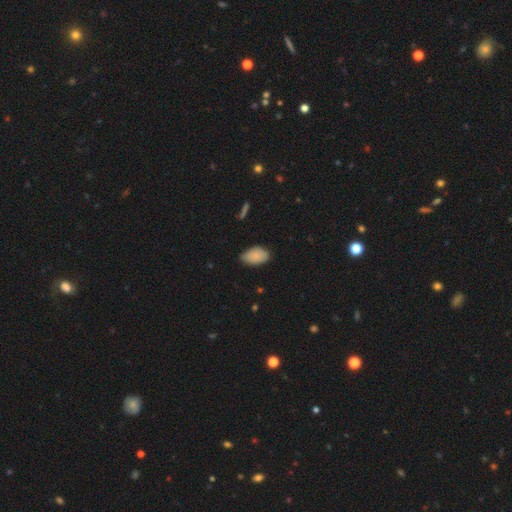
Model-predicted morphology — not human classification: A smooth galaxy with no disk features (86%) that is in between round and cigar-shaped (94%).

Vote fractions:
- Smooth or featured? smooth: 86% / star or artifact: 7% / featured or disk: 7%
- How rounded? in between: 94% / round: 5% / cigar-shaped: 2%
- Merging? none: 71% / minor disturbance: 25% / major disturbance: 3% / merger: 1%